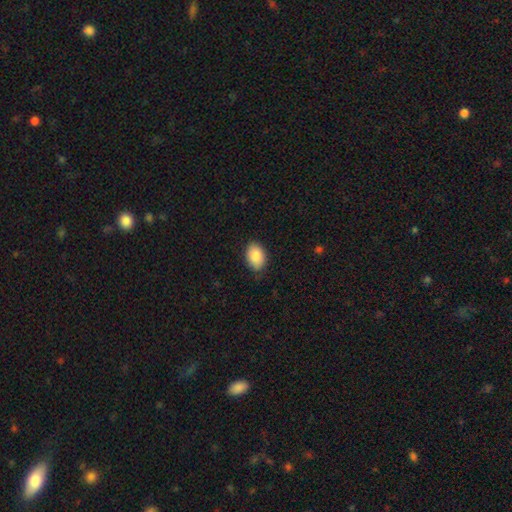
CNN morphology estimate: Overall: smooth (86%). How rounded: in between (83%). Merging: none (84%).